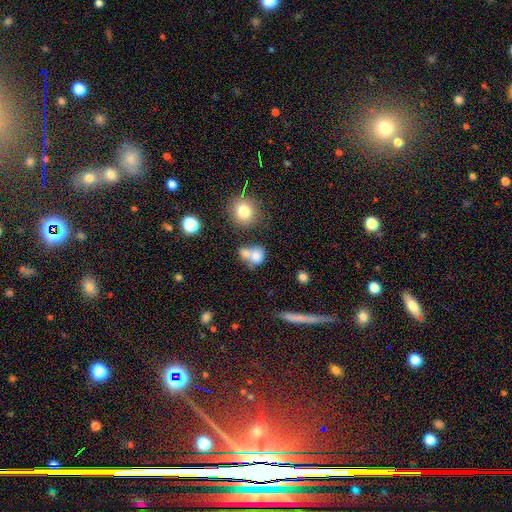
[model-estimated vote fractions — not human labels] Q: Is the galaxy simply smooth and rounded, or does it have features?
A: smooth — 73%.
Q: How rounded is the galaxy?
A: round — 66%.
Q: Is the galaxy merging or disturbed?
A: merger — 53%.